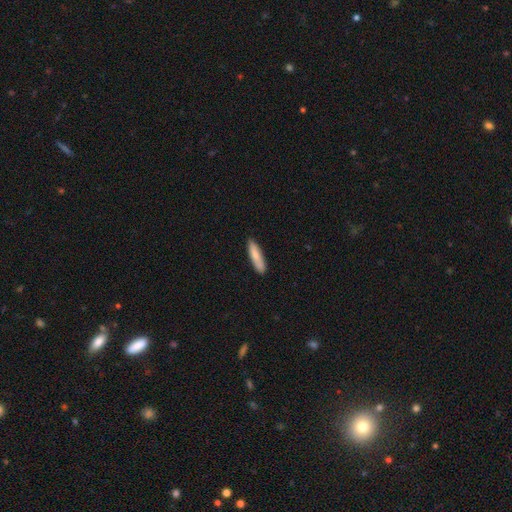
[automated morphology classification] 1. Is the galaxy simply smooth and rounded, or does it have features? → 82% smooth, 13% featured or disk, 6% star or artifact.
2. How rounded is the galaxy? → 73% cigar-shaped, 26% in between, 1% round.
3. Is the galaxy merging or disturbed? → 87% none, 10% minor disturbance, 2% major disturbance, 1% merger.